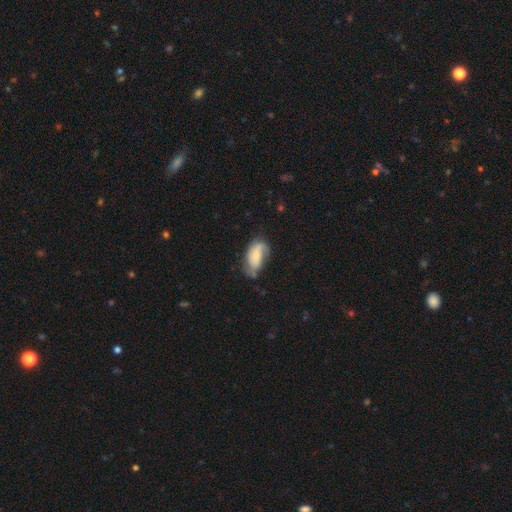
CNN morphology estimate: A featured or disk galaxy (48%). Merging: none (48%).